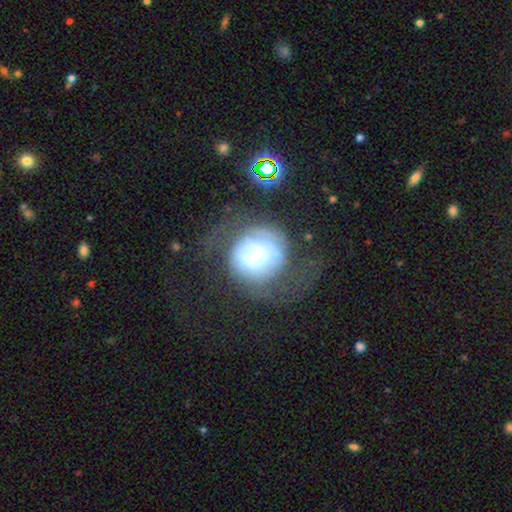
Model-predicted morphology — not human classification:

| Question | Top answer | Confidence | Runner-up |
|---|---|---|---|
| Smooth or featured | featured or disk | 53% | smooth (37%) |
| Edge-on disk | no | 96% | yes (4%) |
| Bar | no | 67% | weak (26%) |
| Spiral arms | yes | 54% | no (46%) |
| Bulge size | moderate | 52% | small (31%) |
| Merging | none | 41% | major disturbance (37%) |